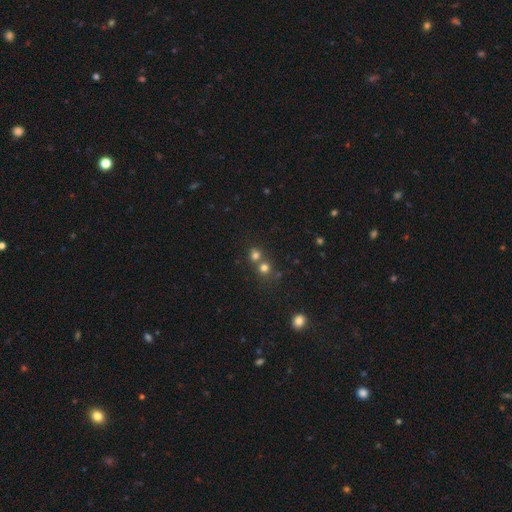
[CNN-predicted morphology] A smooth galaxy with no disk features (70%) that is round (86%).

Vote fractions:
- Smooth or featured? smooth: 70% / star or artifact: 21% / featured or disk: 9%
- How rounded? round: 86% / in between: 13% / cigar-shaped: 1%
- Merging? none: 49% / merger: 43% / minor disturbance: 5% / major disturbance: 2%